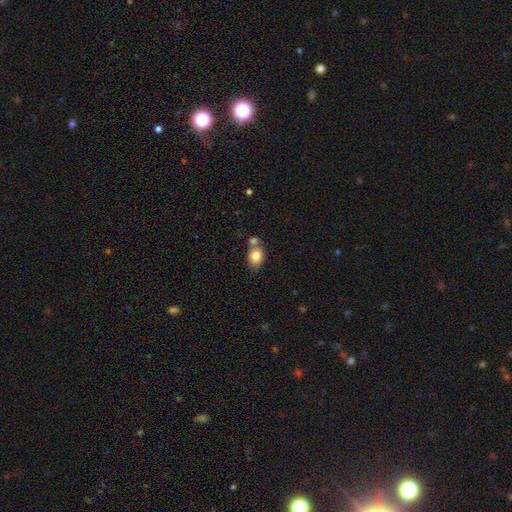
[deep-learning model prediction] smooth-or-featured: smooth: 82% | featured or disk: 9% | star or artifact: 8%
  how-rounded: in between: 62% | round: 37% | cigar-shaped: 1%
  merging: none: 49% | merger: 33% | minor disturbance: 14% | major disturbance: 4%